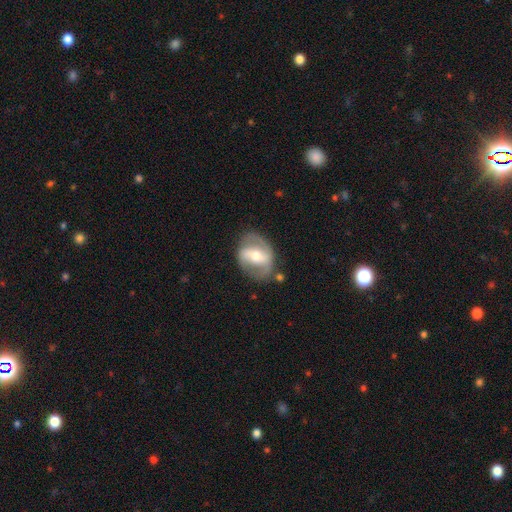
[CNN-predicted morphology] Overall: featured or disk (72%). Edge-on disk: no (95%). Bar: strong (47%; weak 32%). Spiral arms: yes (67%; no 33%). Bulge size: moderate (64%; small 28%). Merging: none (68%).